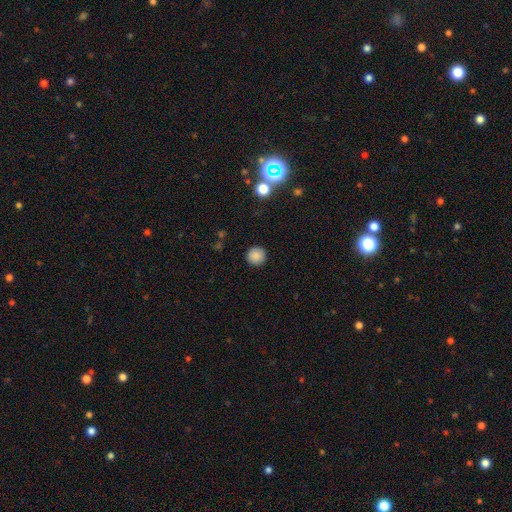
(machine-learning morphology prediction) smooth_or_featured: smooth (p=0.87) [alt: star or artifact p=0.10]
how_rounded: round (p=0.94) [alt: in between p=0.05]
merging: none (p=0.90) [alt: minor disturbance p=0.06]